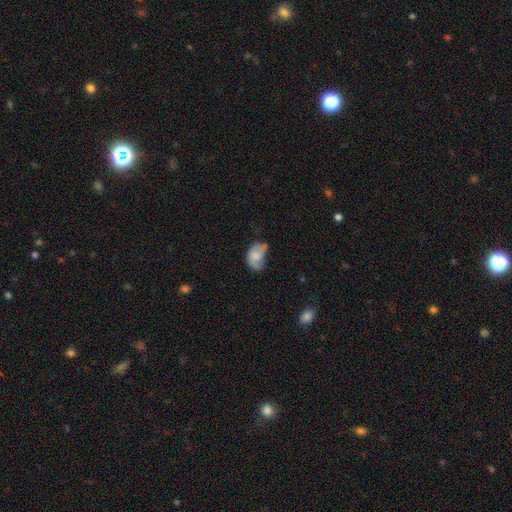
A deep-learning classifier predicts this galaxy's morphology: This is likely a smooth galaxy (61%). How rounded: clearly in between (83%). Merging: marginally minor disturbance (35%).